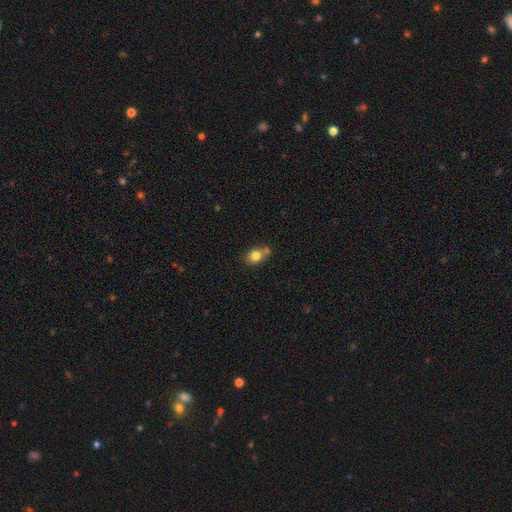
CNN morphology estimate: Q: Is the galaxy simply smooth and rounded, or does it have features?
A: smooth — 80%.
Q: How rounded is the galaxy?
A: round — 55%.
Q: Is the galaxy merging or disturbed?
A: none — 56%.